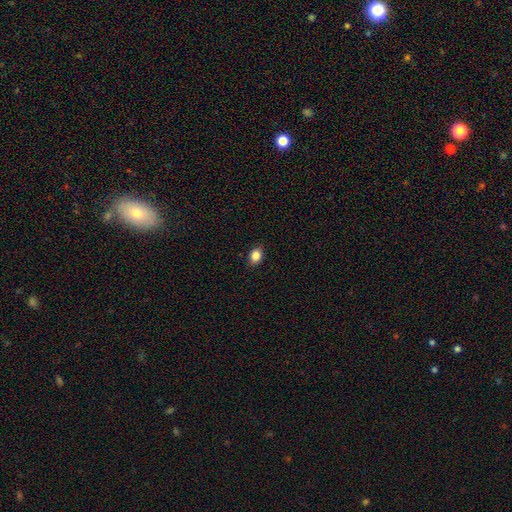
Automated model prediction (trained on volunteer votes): smooth_or_featured: smooth (p=0.85) [alt: star or artifact p=0.10]
how_rounded: in between (p=0.66) [alt: round p=0.32]
merging: none (p=0.86) [alt: minor disturbance p=0.11]